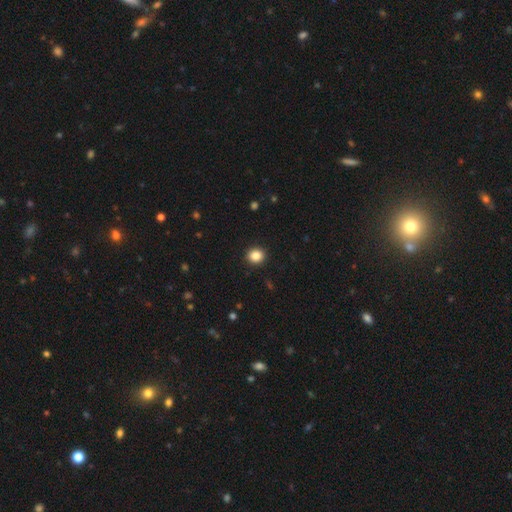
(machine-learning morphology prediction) Smooth or featured? smooth (86%)
How rounded? round (85%)
Merging? none (92%)